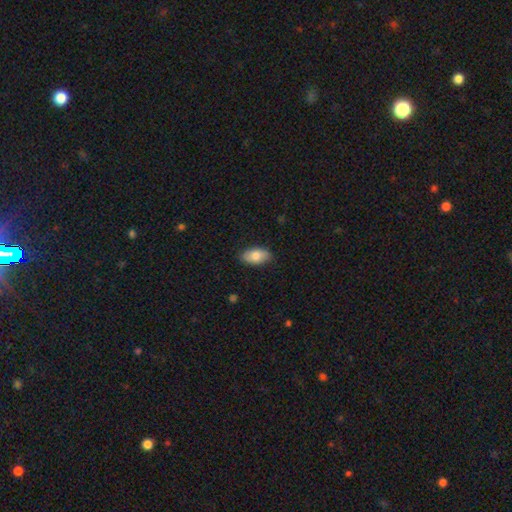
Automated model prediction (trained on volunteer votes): Smooth or featured?
  - smooth: 81% *
  - featured or disk: 13%
  - star or artifact: 6%
How rounded?
  - in between: 93% *
  - round: 4%
  - cigar-shaped: 3%
Merging?
  - none: 87% *
  - minor disturbance: 10%
  - major disturbance: 2%
  - merger: 1%